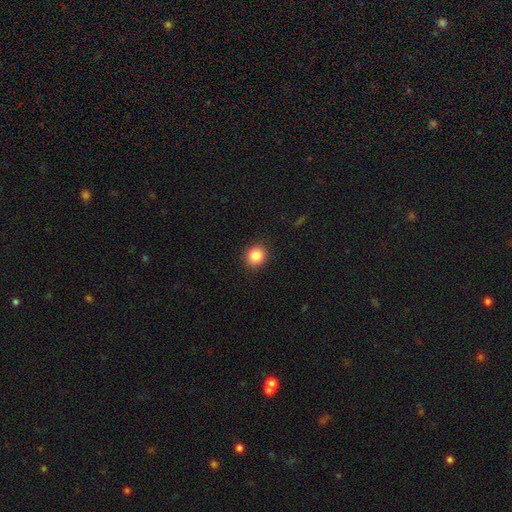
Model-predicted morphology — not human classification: Smooth or featured: smooth — 86% (star or artifact — 10%)
How rounded: round — 86% (in between — 13%)
Merging: none — 91% (minor disturbance — 7%)